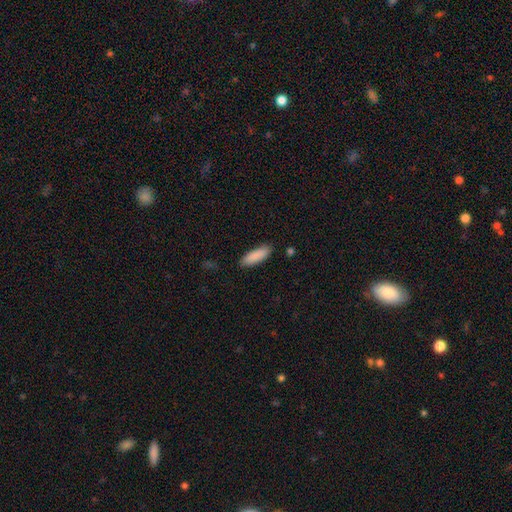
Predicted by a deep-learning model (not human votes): Morphology: type=smooth (89%); roundness=in between (53%); merging=none (87%).